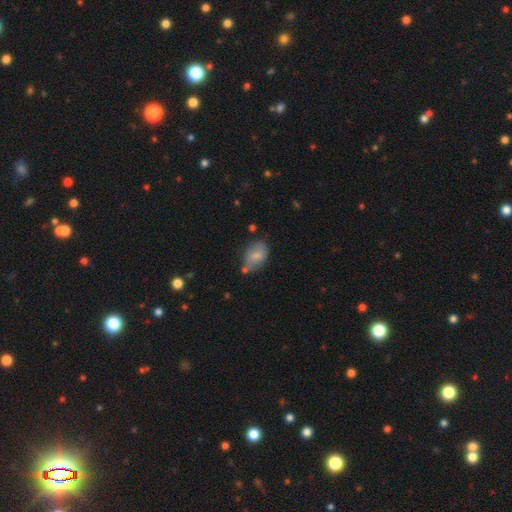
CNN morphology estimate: This is likely a smooth galaxy (69%). How rounded: clearly in between (80%). Merging: possibly none (55%).